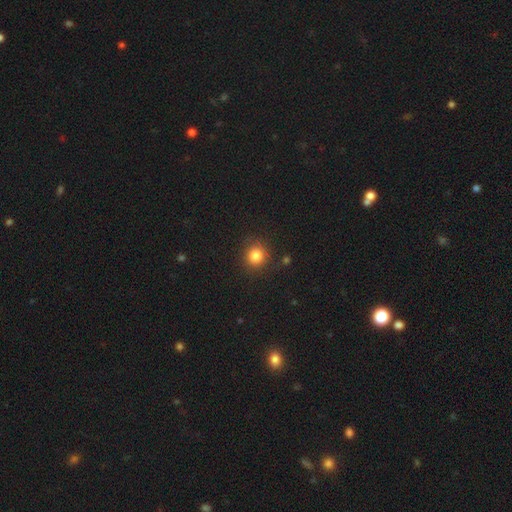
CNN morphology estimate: This is clearly a smooth galaxy (83%). How rounded: clearly round (90%). Merging: clearly none (87%).